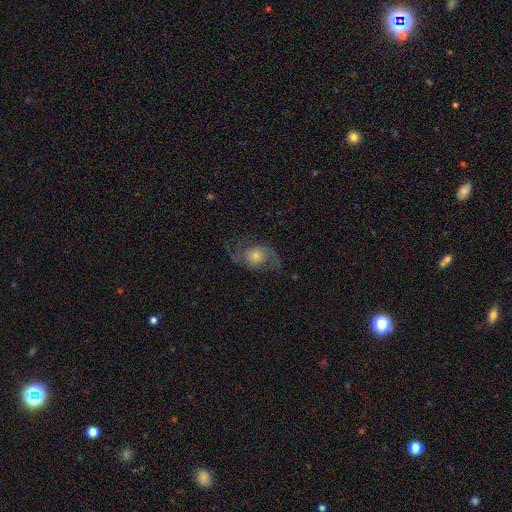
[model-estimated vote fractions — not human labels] Smooth or featured: featured or disk — 77% (smooth — 14%)
Edge-on disk: no — 96% (yes — 4%)
Bar: no — 73% (weak — 22%)
Spiral arms: yes — 94% (no — 6%)
Spiral winding: loose — 51% (medium — 40%)
Spiral arm count: 2 — 90% (can't tell — 4%)
Bulge size: moderate — 46% (small — 37%)
Merging: none — 71% (minor disturbance — 16%)